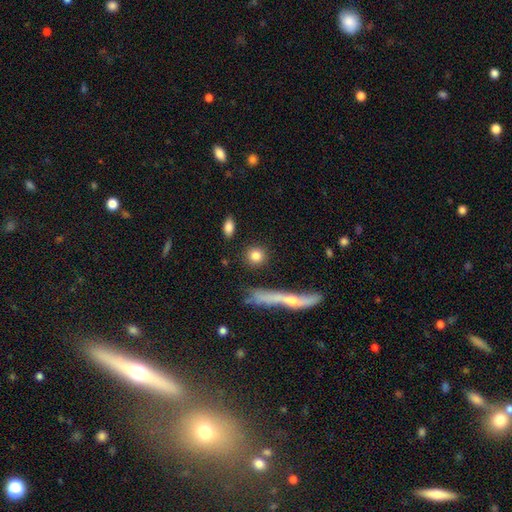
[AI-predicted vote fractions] smooth_or_featured: smooth (p=0.83) [alt: featured or disk p=0.10]
how_rounded: round (p=0.81) [alt: in between p=0.14]
merging: none (p=0.86) [alt: minor disturbance p=0.07]